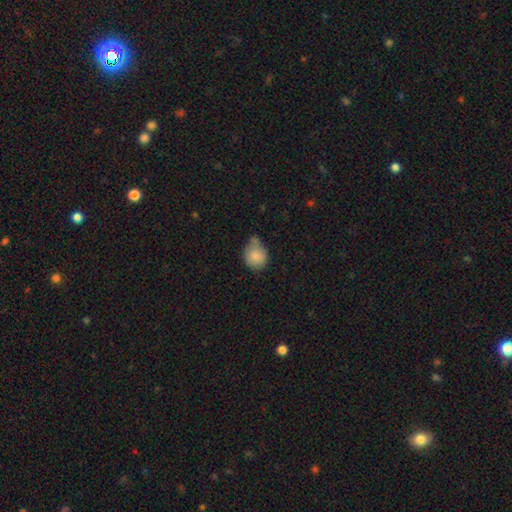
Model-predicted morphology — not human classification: Overall: smooth (83%). How rounded: round (75%). Merging: none (50%; minor disturbance 29%).